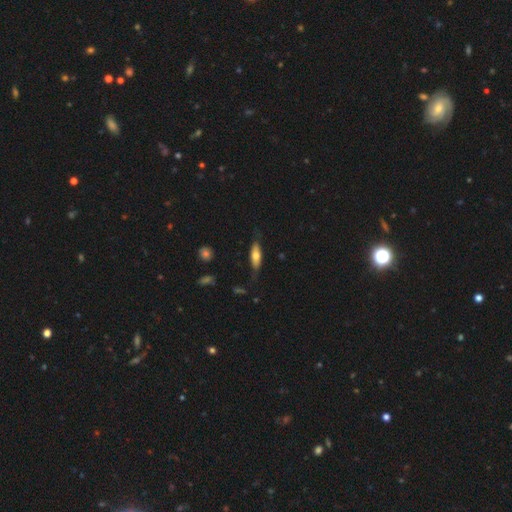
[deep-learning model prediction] smooth 65%, featured or disk 29%, star or artifact 6%. Down the decision tree: how rounded — in between (55%); merging — none (72%).